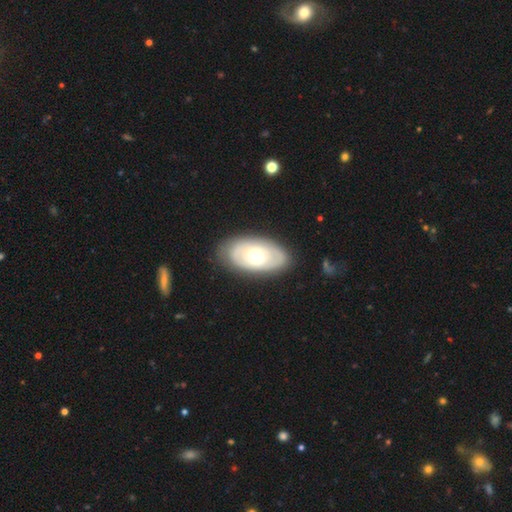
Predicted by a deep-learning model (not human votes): featured or disk 54%, smooth 41%, star or artifact 5%. Down the decision tree: edge-on disk — no (91%); merging — none (82%).